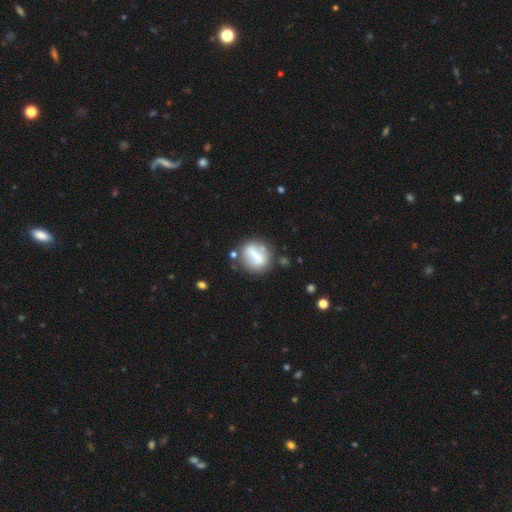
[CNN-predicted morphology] type=smooth (48%); merging=none (71%).